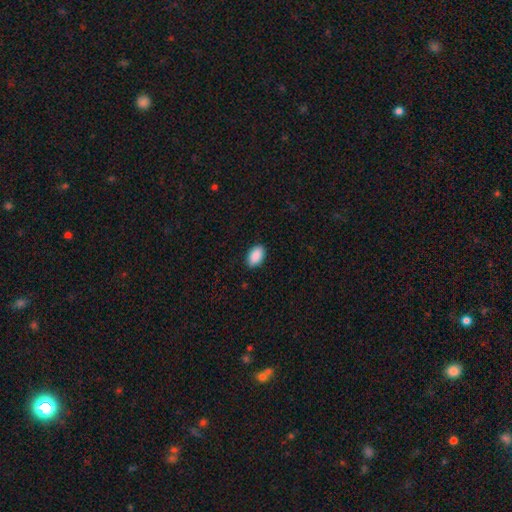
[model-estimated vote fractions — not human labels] A smooth galaxy with no disk features (90%) that is in between round and cigar-shaped (94%). Merging: none (88%).